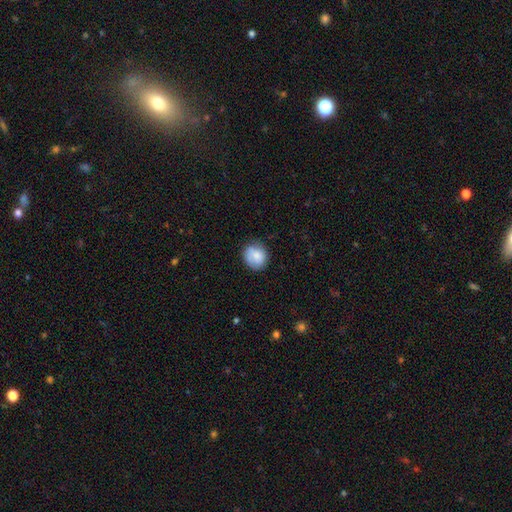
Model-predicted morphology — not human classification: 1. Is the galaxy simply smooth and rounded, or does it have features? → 80% smooth, 12% featured or disk, 7% star or artifact.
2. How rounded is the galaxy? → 74% round, 25% in between, 1% cigar-shaped.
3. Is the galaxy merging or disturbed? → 72% none, 21% minor disturbance, 5% major disturbance, 2% merger.